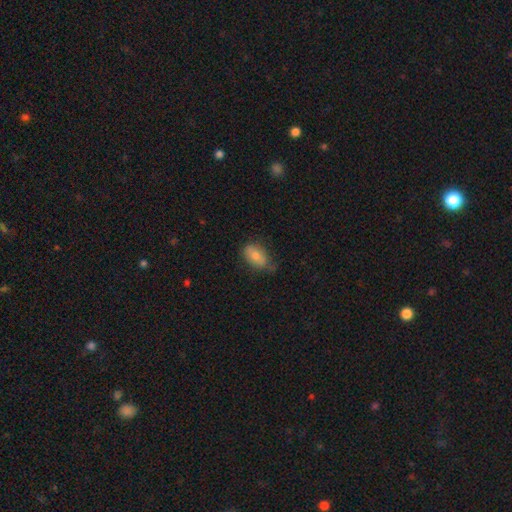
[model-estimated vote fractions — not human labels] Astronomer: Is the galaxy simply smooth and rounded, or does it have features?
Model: smooth — 74%.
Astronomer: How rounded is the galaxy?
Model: in between — 88%.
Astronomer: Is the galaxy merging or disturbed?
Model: none — 60%.